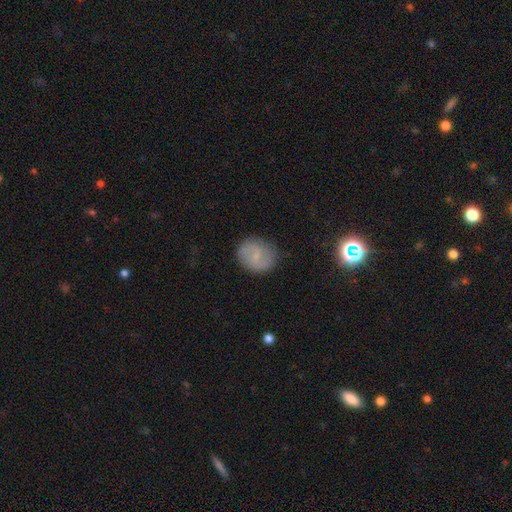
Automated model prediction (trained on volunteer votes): This is possibly a featured or disk galaxy (45%). Merging: likely none (80%).